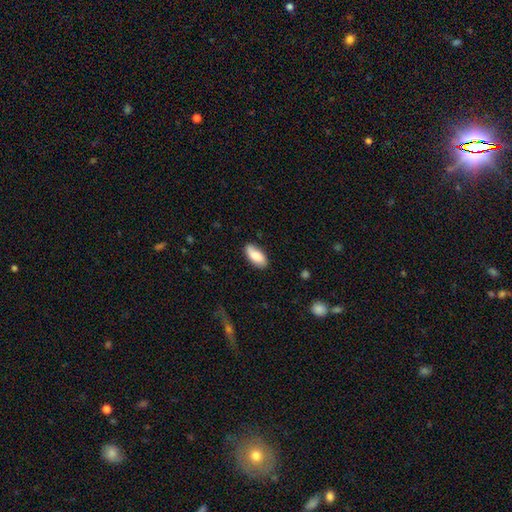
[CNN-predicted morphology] Q: Smooth or featured?
A: smooth (81%); runner-up: featured or disk (13%)
Q: How rounded?
A: in between (90%); runner-up: cigar-shaped (8%)
Q: Merging?
A: none (80%); runner-up: minor disturbance (15%)